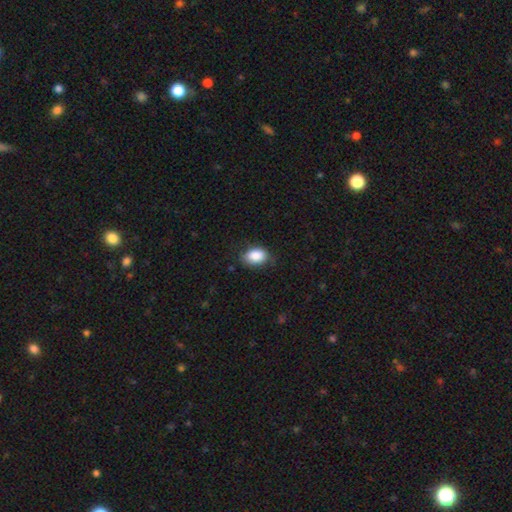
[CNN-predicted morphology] type=smooth (88%); roundness=in between (81%); merging=none (76%).